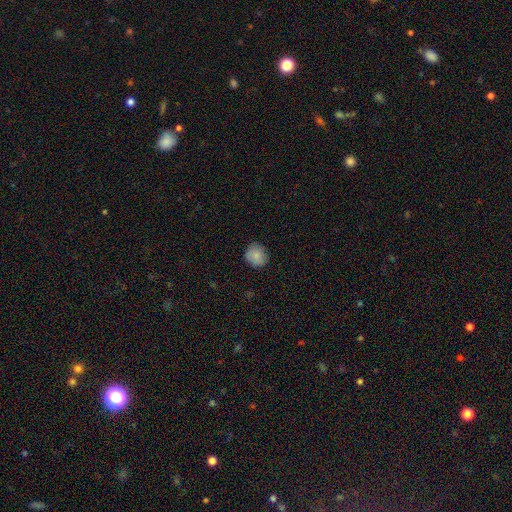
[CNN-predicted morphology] A smooth galaxy with no disk features (84%) that is round (83%).

Vote fractions:
- Smooth or featured? smooth: 84% / star or artifact: 8% / featured or disk: 8%
- How rounded? round: 83% / in between: 17% / cigar-shaped: 1%
- Merging? none: 83% / minor disturbance: 13% / major disturbance: 3% / merger: 1%